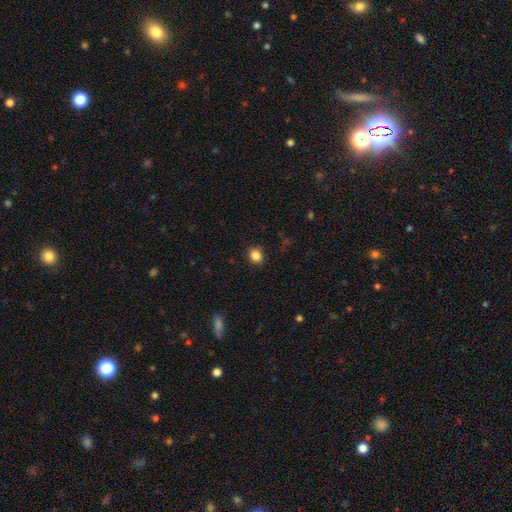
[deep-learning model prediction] Morphology: type=smooth (86%); roundness=round (61%); merging=none (88%).